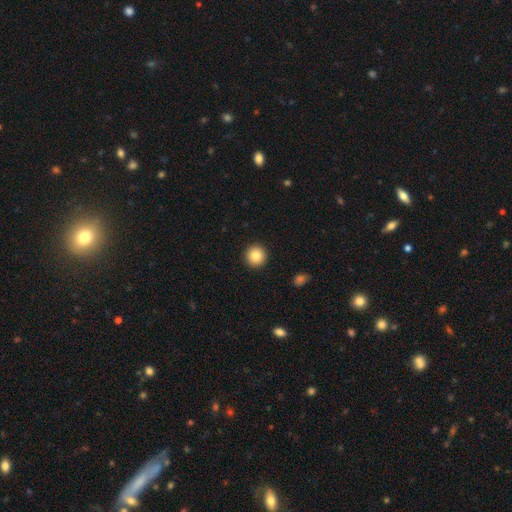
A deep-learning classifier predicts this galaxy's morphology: Smooth or featured?
  - smooth: 85% *
  - star or artifact: 9%
  - featured or disk: 6%
How rounded?
  - round: 95% *
  - in between: 4%
  - cigar-shaped: 1%
Merging?
  - none: 93% *
  - minor disturbance: 4%
  - major disturbance: 2%
  - merger: 1%